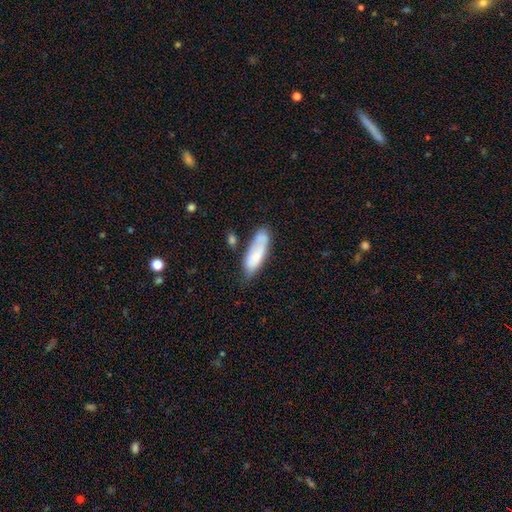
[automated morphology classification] Q: Smooth or featured?
A: smooth (73%); runner-up: featured or disk (21%)
Q: How rounded?
A: in between (60%); runner-up: cigar-shaped (38%)
Q: Merging?
A: none (52%); runner-up: minor disturbance (27%)